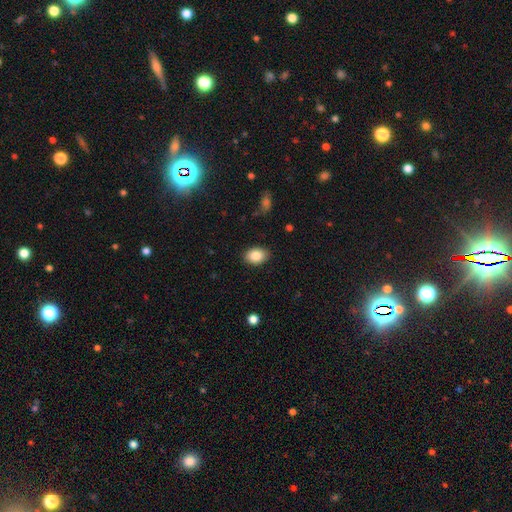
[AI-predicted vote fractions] A smooth galaxy with no disk features (85%) that is in between round and cigar-shaped (79%). Merging: none (88%).